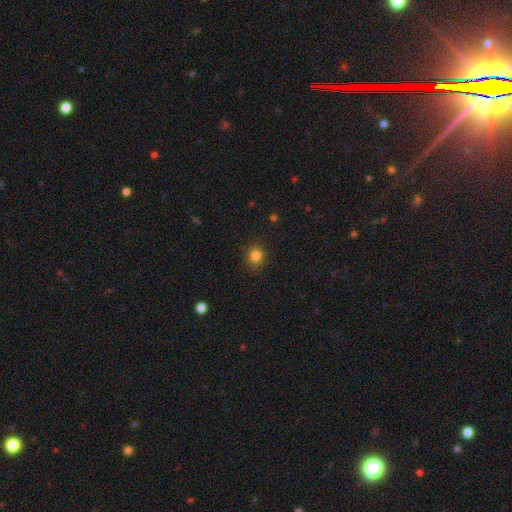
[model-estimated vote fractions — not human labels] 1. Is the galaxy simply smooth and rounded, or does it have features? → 83% smooth, 12% star or artifact, 4% featured or disk.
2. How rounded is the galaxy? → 87% round, 12% in between, 1% cigar-shaped.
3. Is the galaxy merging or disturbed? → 88% none, 8% minor disturbance, 2% major disturbance, 1% merger.